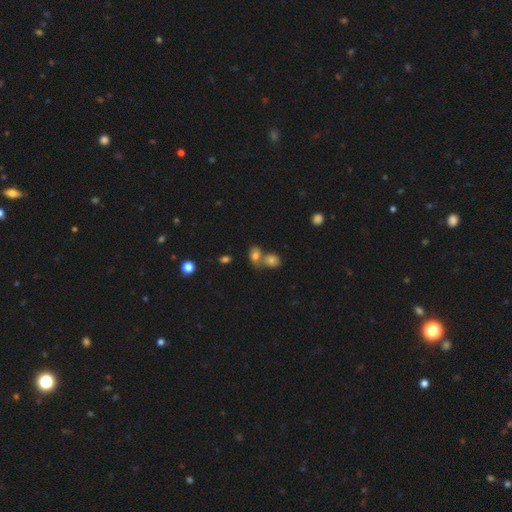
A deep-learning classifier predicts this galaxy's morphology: Smooth or featured: smooth — 75% (star or artifact — 13%)
How rounded: in between — 68% (round — 29%)
Merging: merger — 48% (none — 39%)